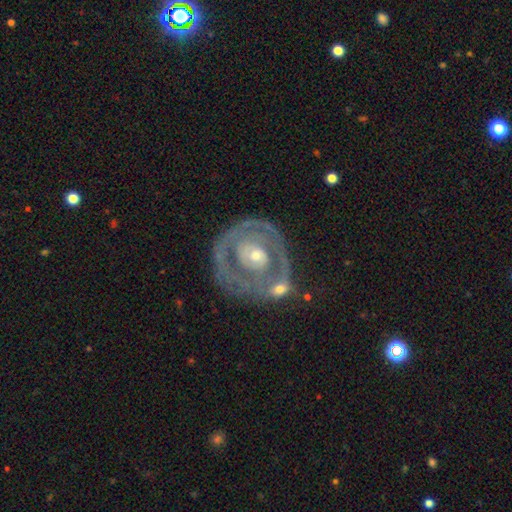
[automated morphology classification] smooth_or_featured: featured or disk (p=0.76) [alt: smooth p=0.18]
disk_edge_on: no (p=0.97) [alt: yes p=0.03]
bar: no (p=0.76) [alt: weak p=0.18]
has_spiral_arms: yes (p=0.56) [alt: no p=0.44]
bulge_size: moderate (p=0.47) [alt: small p=0.44]
merging: none (p=0.49) [alt: minor disturbance p=0.18]